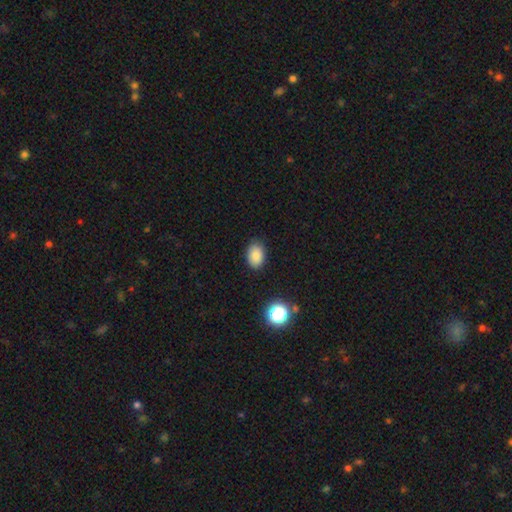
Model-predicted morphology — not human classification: Q: Smooth or featured?
A: smooth (85%); runner-up: star or artifact (10%)
Q: How rounded?
A: in between (81%); runner-up: round (18%)
Q: Merging?
A: none (85%); runner-up: minor disturbance (11%)